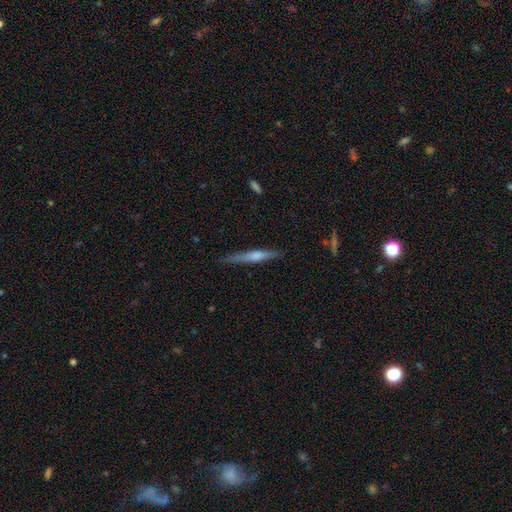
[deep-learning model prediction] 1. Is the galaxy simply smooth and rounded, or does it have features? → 58% featured or disk, 36% smooth, 6% star or artifact.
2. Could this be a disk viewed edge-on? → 97% yes, 3% no.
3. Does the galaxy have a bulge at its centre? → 72% rounded, 15% none, 12% boxy.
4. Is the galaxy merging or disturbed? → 85% none, 12% minor disturbance, 2% major disturbance, 1% merger.